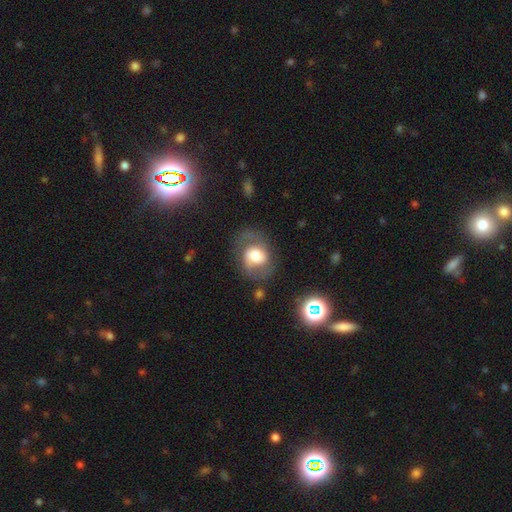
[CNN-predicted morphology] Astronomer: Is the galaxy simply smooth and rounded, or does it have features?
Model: featured or disk — 55% (runner-up: smooth, 36%).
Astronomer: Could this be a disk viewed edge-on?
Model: no — 96%.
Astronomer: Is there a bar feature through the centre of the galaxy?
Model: no — 49% (runner-up: weak, 36%).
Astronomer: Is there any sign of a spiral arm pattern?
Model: yes — 74%.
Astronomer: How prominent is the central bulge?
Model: moderate — 48% (runner-up: large, 37%).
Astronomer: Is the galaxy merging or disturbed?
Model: none — 65%.